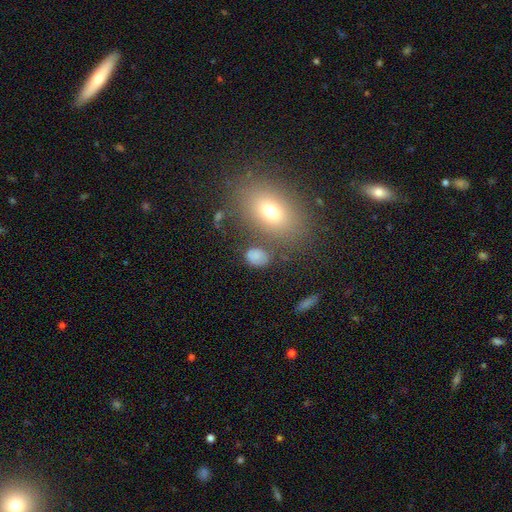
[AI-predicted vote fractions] Overall: smooth (76%). How rounded: in between (65%; round 33%). Merging: none (70%).